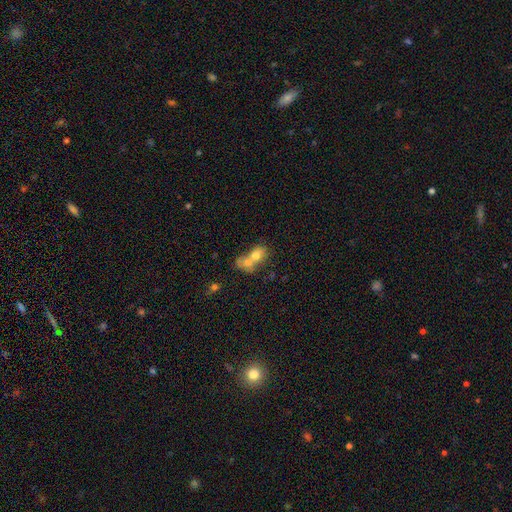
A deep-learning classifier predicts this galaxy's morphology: The model was most divided on "how rounded": in between: 54%, round: 44%, cigar-shaped: 2%. More confident: merging — merger (76%); smooth or featured — smooth (69%).